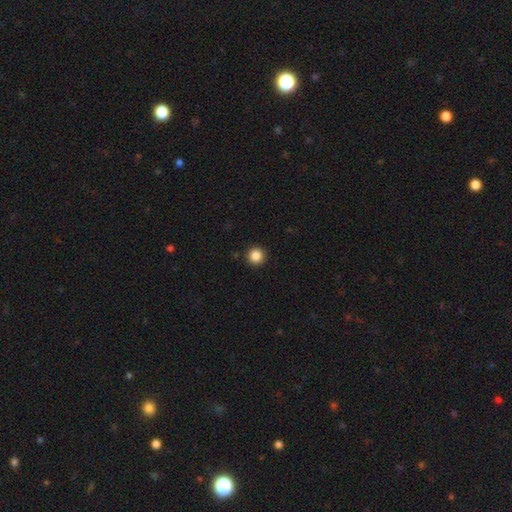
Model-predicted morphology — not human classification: Smooth or featured: smooth — 86% (star or artifact — 11%)
How rounded: round — 96% (in between — 3%)
Merging: none — 93% (minor disturbance — 5%)